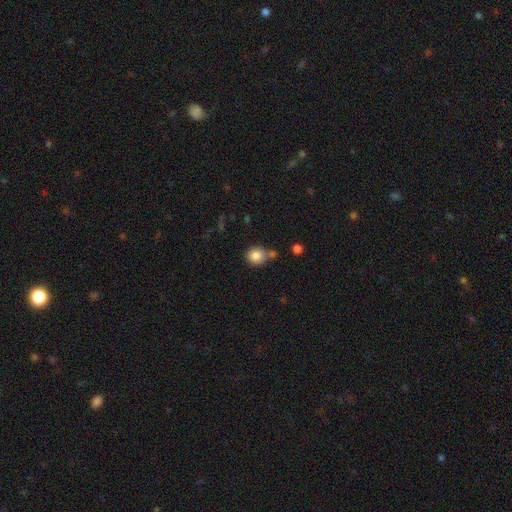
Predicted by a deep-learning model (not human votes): Smooth or featured?
  - smooth: 83% *
  - star or artifact: 10%
  - featured or disk: 7%
How rounded?
  - round: 85% *
  - in between: 14%
  - cigar-shaped: 1%
Merging?
  - none: 66% *
  - merger: 17%
  - minor disturbance: 13%
  - major disturbance: 3%